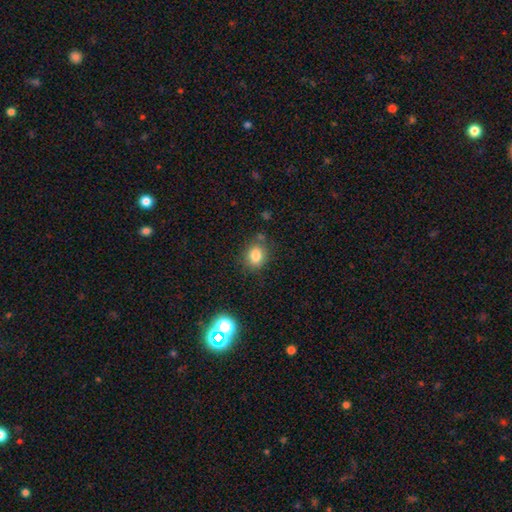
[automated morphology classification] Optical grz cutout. It shows a smooth galaxy with no disk features (82%) that is round (59%). Merging: none (76%).